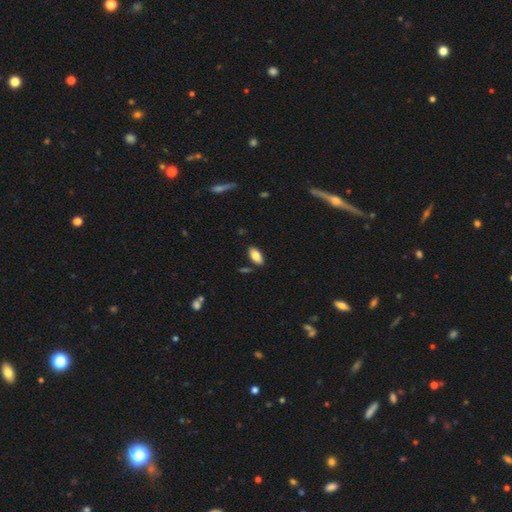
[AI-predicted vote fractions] This appears to be a smooth galaxy with no disk features (82%) that is in between round and cigar-shaped (91%). Merging: none (85%).